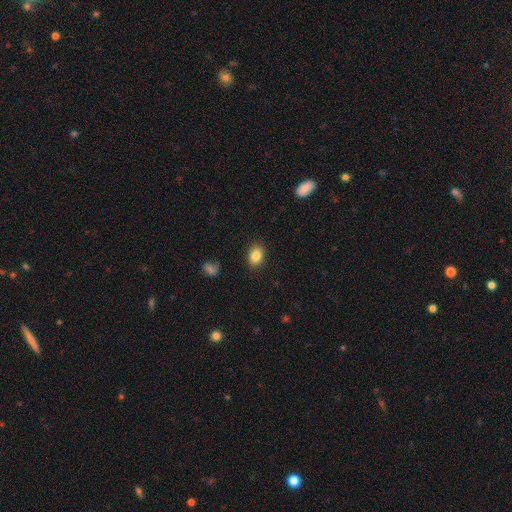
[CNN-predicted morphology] Smooth or featured? Predicted: smooth (p=0.84). How rounded? Predicted: in between (p=0.73). Merging? Predicted: none (p=0.87).